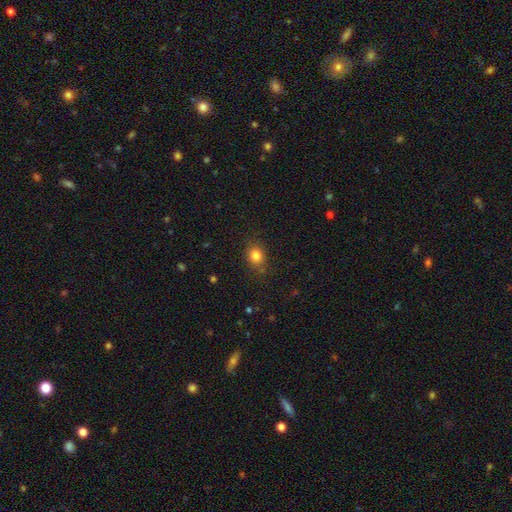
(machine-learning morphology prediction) The model was most divided on "how rounded": round: 66%, in between: 33%, cigar-shaped: 1%. More confident: smooth or featured — smooth (82%); merging — none (82%).